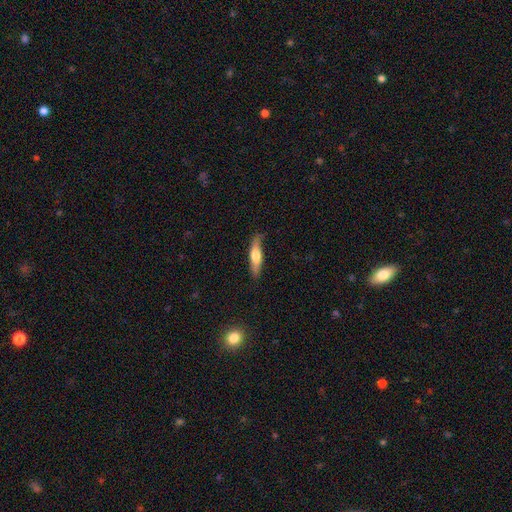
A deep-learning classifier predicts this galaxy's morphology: smooth 55%, featured or disk 39%, star or artifact 6%. Down the decision tree: how rounded — cigar-shaped (73%); merging — none (76%).